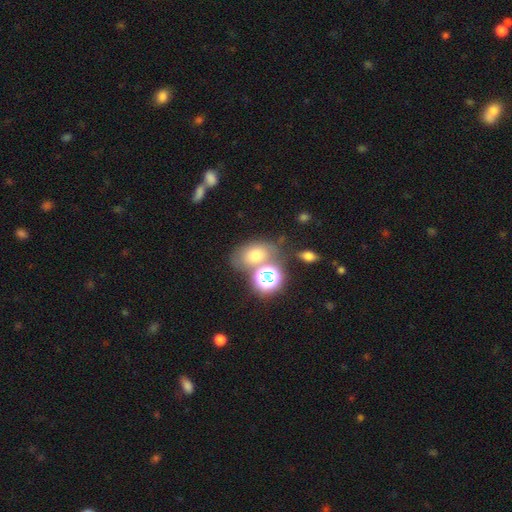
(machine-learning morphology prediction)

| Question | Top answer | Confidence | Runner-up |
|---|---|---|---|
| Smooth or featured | smooth | 61% | star or artifact (21%) |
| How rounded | in between | 67% | round (31%) |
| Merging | none | 52% | merger (28%) |